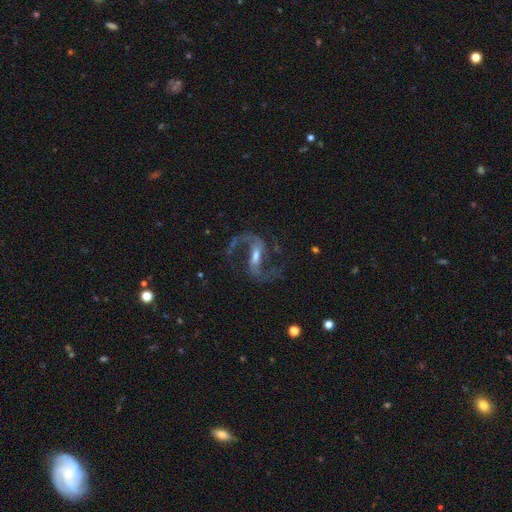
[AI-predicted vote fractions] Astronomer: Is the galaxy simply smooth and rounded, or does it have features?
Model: featured or disk — 91%.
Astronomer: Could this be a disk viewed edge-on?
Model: no — 97%.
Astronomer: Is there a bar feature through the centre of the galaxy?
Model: strong — 46% (runner-up: weak, 42%).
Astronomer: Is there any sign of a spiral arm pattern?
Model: yes — 98%.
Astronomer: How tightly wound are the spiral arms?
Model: loose — 60% (runner-up: medium, 35%).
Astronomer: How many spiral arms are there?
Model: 2 — 94%.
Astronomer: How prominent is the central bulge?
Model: moderate — 47% (runner-up: small, 33%).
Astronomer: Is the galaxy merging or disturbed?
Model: none — 73%.